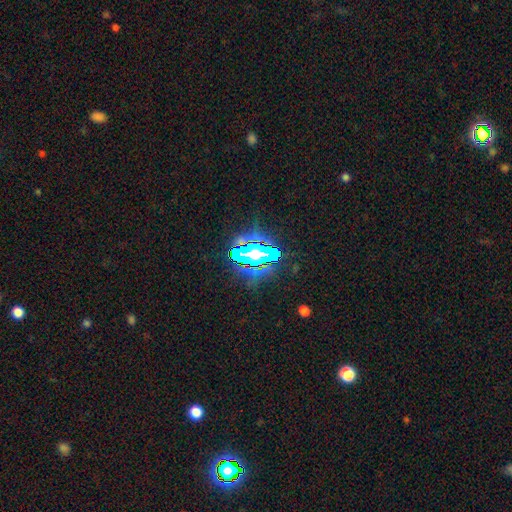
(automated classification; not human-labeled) A star or artifact, not a galaxy (75%).